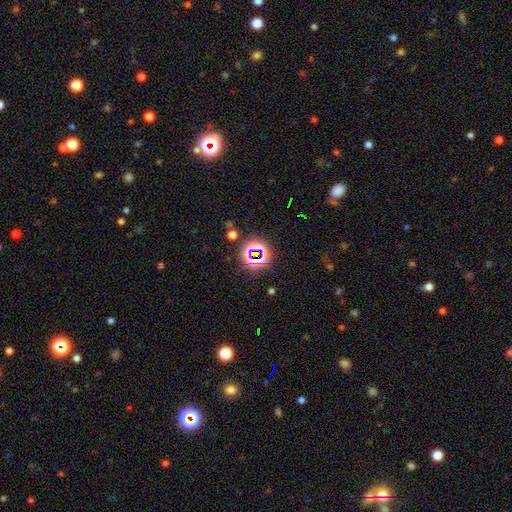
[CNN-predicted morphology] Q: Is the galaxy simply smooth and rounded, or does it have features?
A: star or artifact — 70%.